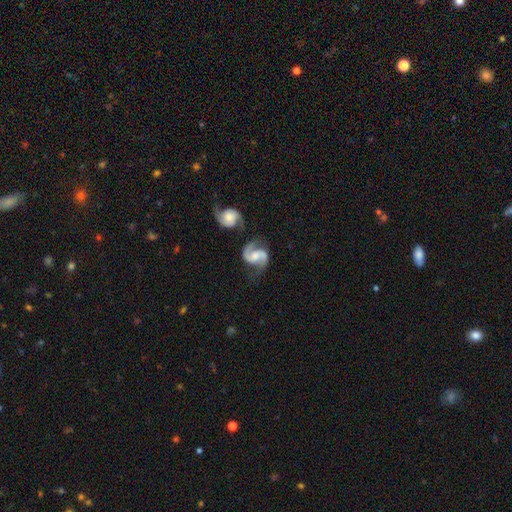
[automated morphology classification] type=featured or disk (91%); edge-on=no (98%); bar=weak (45%); spiral arms=yes (98%); winding=medium (58%); arm count=2 (94%); bulge=moderate (44%); merging=none (68%).